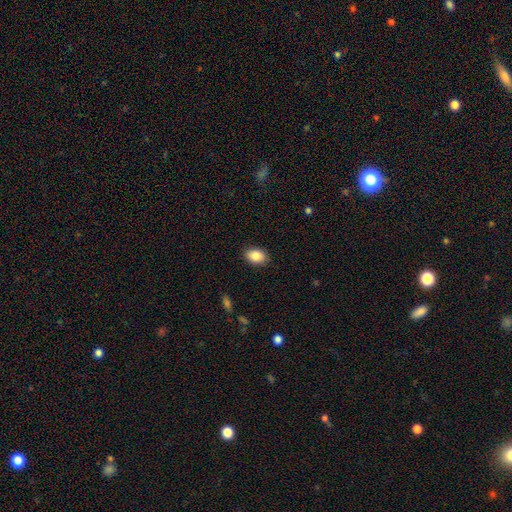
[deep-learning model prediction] smooth-or-featured: smooth: 87% | star or artifact: 8% | featured or disk: 5%
  how-rounded: in between: 82% | round: 17% | cigar-shaped: 1%
  merging: none: 87% | minor disturbance: 10% | major disturbance: 2% | merger: 1%